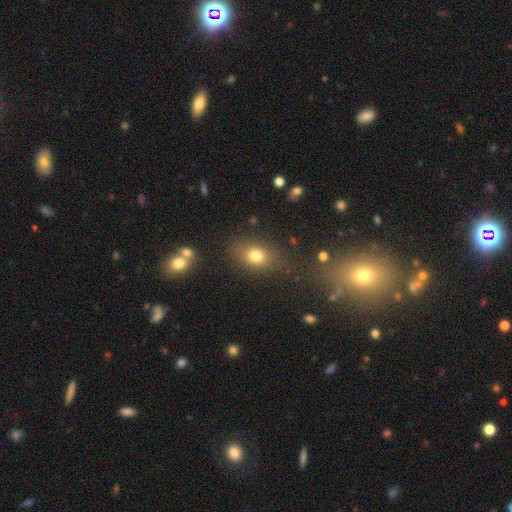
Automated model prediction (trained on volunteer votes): The model was most divided on "how rounded": in between: 65%, round: 32%, cigar-shaped: 3%. More confident: smooth or featured — smooth (76%); merging — none (74%).